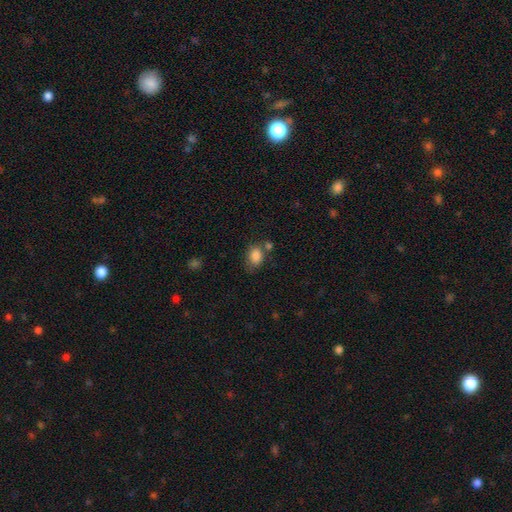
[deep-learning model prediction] Morphology: type=smooth (85%); roundness=in between (73%); merging=none (58%).